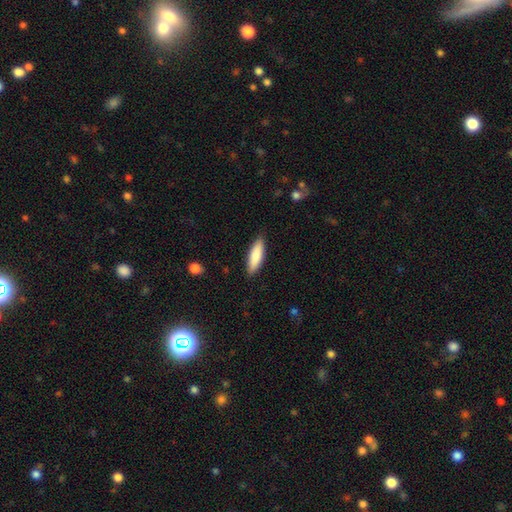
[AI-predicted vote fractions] Smooth or featured? Predicted: smooth (p=0.83). How rounded? Predicted: cigar-shaped (p=0.54). Merging? Predicted: none (p=0.87).